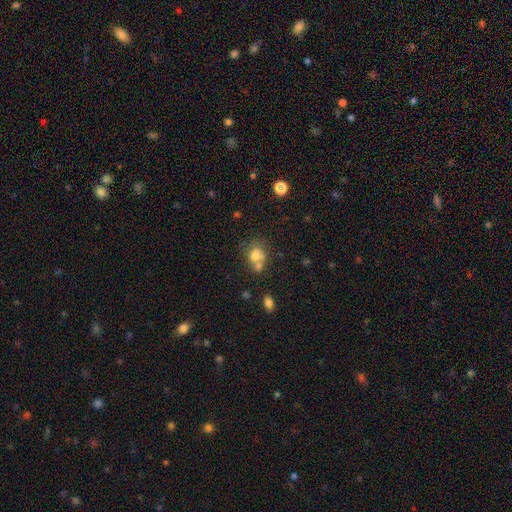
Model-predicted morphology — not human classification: Smooth or featured?
  - smooth: 69% *
  - featured or disk: 18%
  - star or artifact: 14%
How rounded?
  - in between: 50% *
  - round: 48%
  - cigar-shaped: 1%
Merging?
  - merger: 49% *
  - none: 31%
  - minor disturbance: 13%
  - major disturbance: 8%